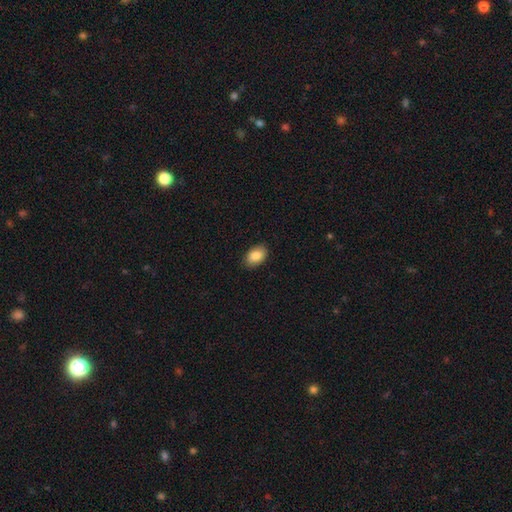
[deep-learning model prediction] Overall: smooth (87%). How rounded: in between (87%). Merging: none (88%).